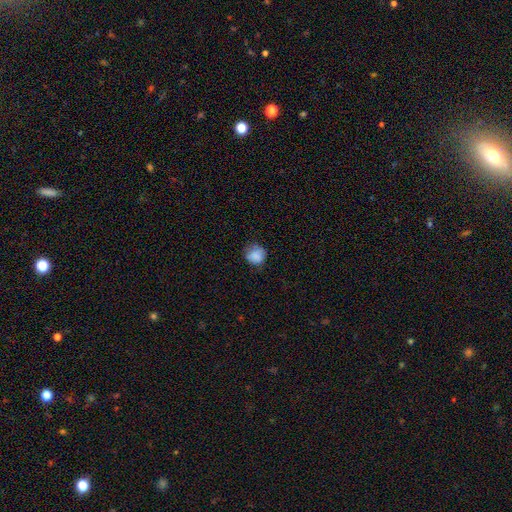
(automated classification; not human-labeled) Overall: smooth (82%). How rounded: round (81%). Merging: none (69%).